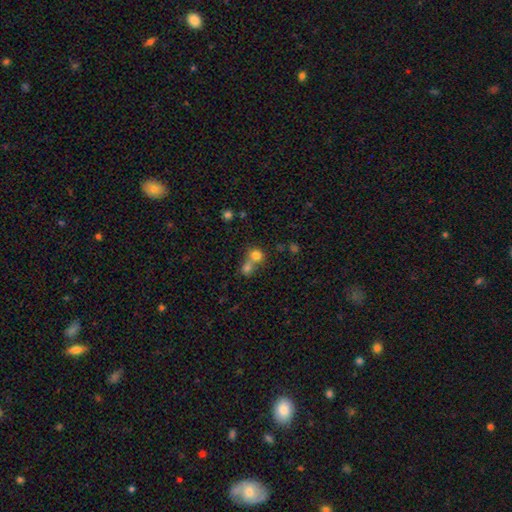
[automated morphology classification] smooth-or-featured: smooth: 77% | star or artifact: 13% | featured or disk: 10%
  how-rounded: round: 79% | in between: 20% | cigar-shaped: 1%
  merging: merger: 57% | none: 35% | minor disturbance: 5% | major disturbance: 3%